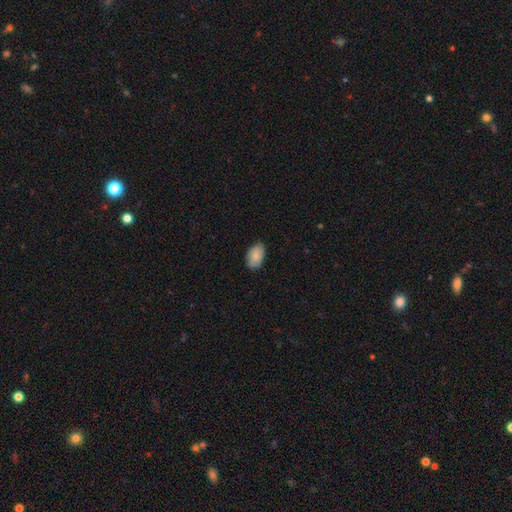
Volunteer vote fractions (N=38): This appears to be a smooth galaxy with no disk features (89%) that is in between round and cigar-shaped (91%). Merging: none (74%).